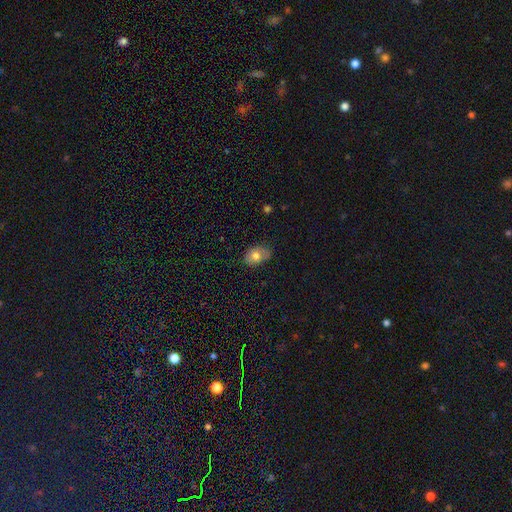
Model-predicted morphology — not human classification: smooth 73%, featured or disk 18%, star or artifact 9%. Down the decision tree: how rounded — in between (78%); merging — none (68%).